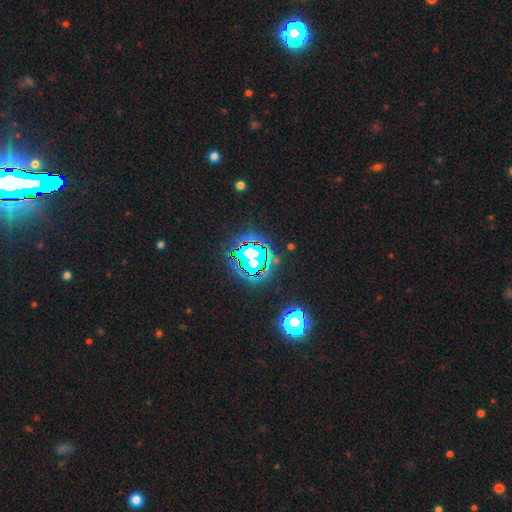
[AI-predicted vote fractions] Morphology: type=star or artifact (84%).